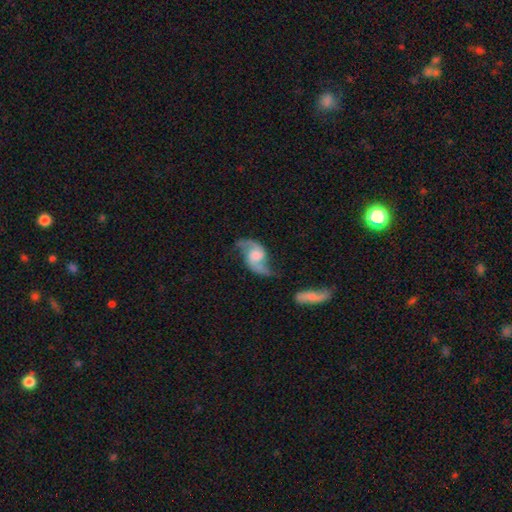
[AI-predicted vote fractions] Smooth or featured? Predicted: featured or disk (p=0.88). Edge-on disk? Predicted: no (p=0.97). Bar? Predicted: no (p=0.46). Spiral arms? Predicted: yes (p=0.96). Spiral winding? Predicted: loose (p=0.68). Spiral arm count? Predicted: 2 (p=0.93). Bulge size? Predicted: moderate (p=0.37). Merging? Predicted: none (p=0.66).